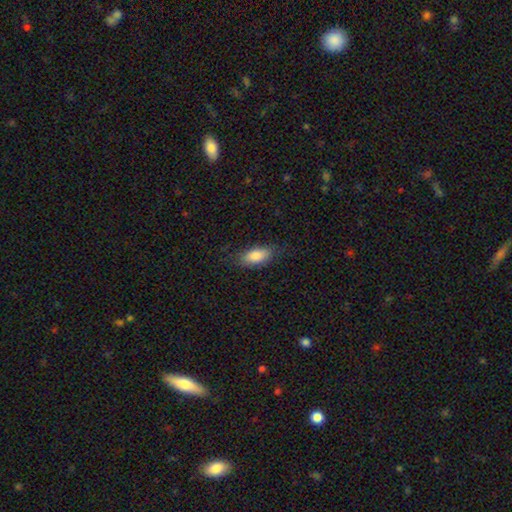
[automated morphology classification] A smooth galaxy with no disk features (82%) that is in between round and cigar-shaped (86%). Merging: none (78%).